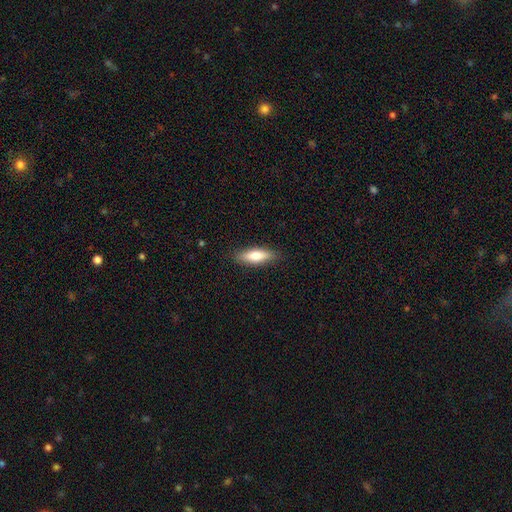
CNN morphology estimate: Smooth or featured?
  - smooth: 73% *
  - featured or disk: 21%
  - star or artifact: 6%
How rounded?
  - cigar-shaped: 51% *
  - in between: 47%
  - round: 2%
Merging?
  - none: 87% *
  - minor disturbance: 10%
  - major disturbance: 2%
  - merger: 1%